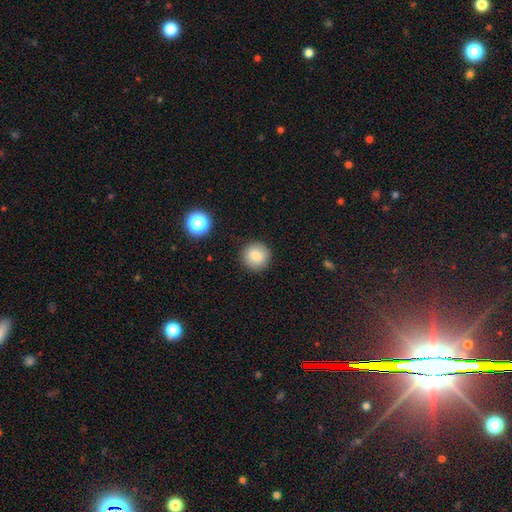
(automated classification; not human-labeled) A smooth galaxy with no disk features (84%) that is round (95%). Merging: none (91%).